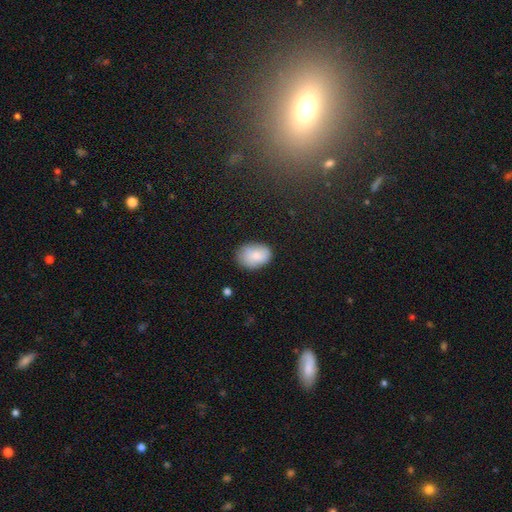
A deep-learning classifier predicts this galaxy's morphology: This is clearly a smooth galaxy (83%). How rounded: likely in between (78%). Merging: likely none (73%).